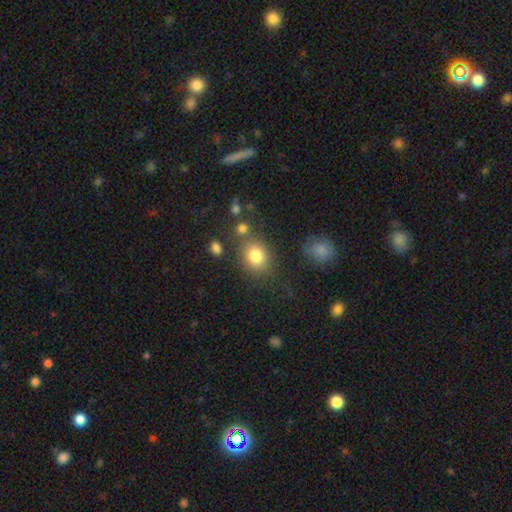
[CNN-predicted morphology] This is clearly a smooth galaxy (81%). How rounded: possibly round (59%). Merging: likely none (70%).